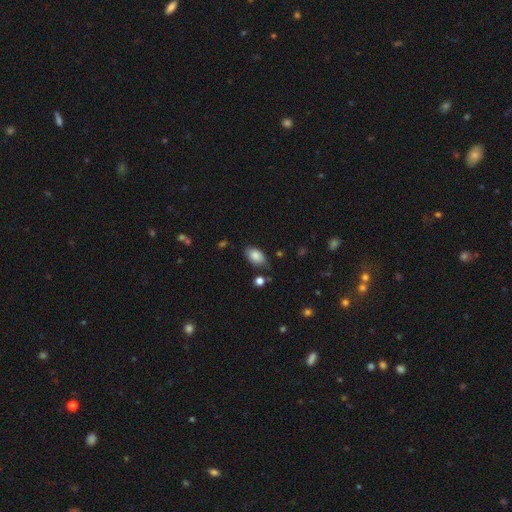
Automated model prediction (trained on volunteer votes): Smooth or featured?
  - smooth: 83% *
  - featured or disk: 9%
  - star or artifact: 8%
How rounded?
  - in between: 91% *
  - round: 8%
  - cigar-shaped: 2%
Merging?
  - none: 70% *
  - minor disturbance: 22%
  - major disturbance: 5%
  - merger: 3%